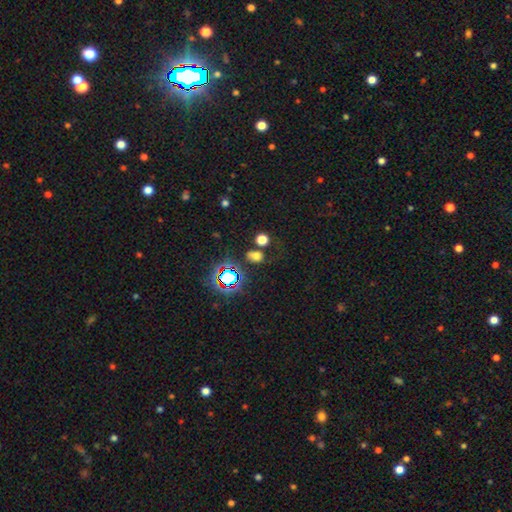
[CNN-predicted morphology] smooth-or-featured: smooth: 62% | star or artifact: 30% | featured or disk: 8%
  how-rounded: round: 50% | in between: 49% | cigar-shaped: 1%
  merging: none: 70% | minor disturbance: 13% | merger: 10% | major disturbance: 7%